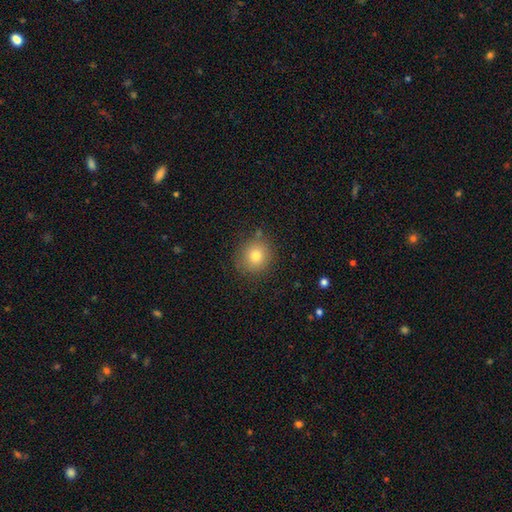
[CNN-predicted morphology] Overall: smooth (77%). How rounded: round (88%). Merging: none (84%).